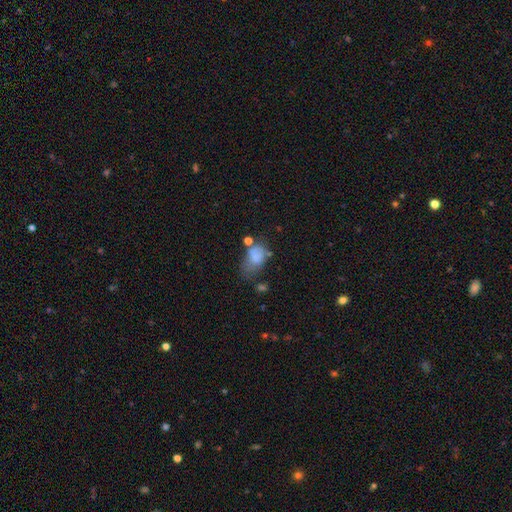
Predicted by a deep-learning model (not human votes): A smooth galaxy with no disk features (73%) that is in between round and cigar-shaped (80%).

Vote fractions:
- Smooth or featured? smooth: 73% / featured or disk: 15% / star or artifact: 12%
- How rounded? in between: 80% / round: 18% / cigar-shaped: 1%
- Merging? minor disturbance: 31% / major disturbance: 30% / none: 26% / merger: 13%